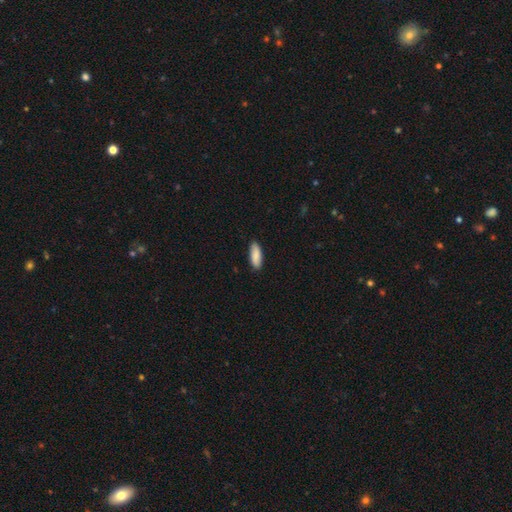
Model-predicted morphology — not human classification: The model was most divided on "how rounded": in between: 69%, cigar-shaped: 29%, round: 2%. More confident: merging — none (87%); smooth or featured — smooth (86%).